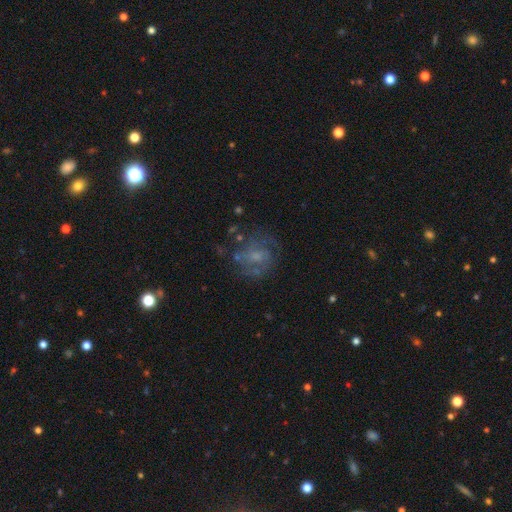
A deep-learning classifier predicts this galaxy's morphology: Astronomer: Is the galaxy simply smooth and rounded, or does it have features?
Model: featured or disk — 63%.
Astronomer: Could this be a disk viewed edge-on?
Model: no — 98%.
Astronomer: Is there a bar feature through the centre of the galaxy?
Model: no — 61%.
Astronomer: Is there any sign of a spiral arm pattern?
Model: yes — 74%.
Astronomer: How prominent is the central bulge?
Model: small — 40% (runner-up: moderate, 32%).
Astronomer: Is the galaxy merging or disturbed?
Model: none — 62%.